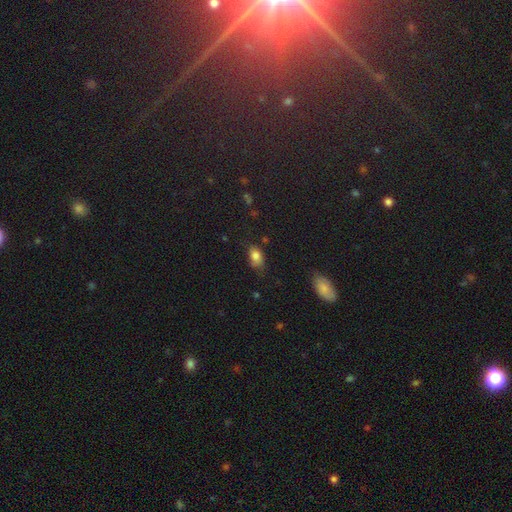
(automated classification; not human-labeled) A smooth galaxy with no disk features (82%) that is in between round and cigar-shaped (84%). Merging: none (60%).